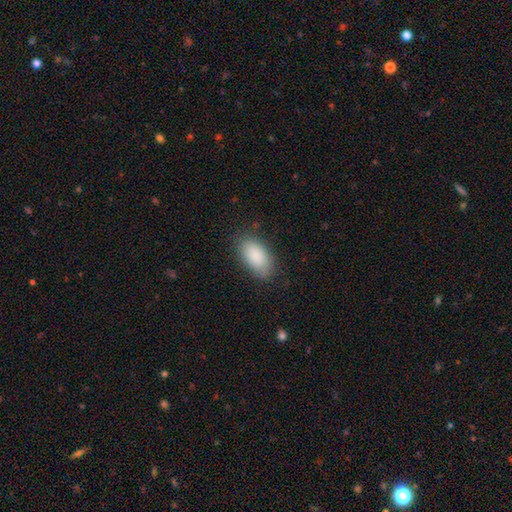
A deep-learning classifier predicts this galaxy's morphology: Smooth or featured: smooth — 88% (star or artifact — 7%)
How rounded: in between — 93% (round — 4%)
Merging: none — 81% (minor disturbance — 14%)